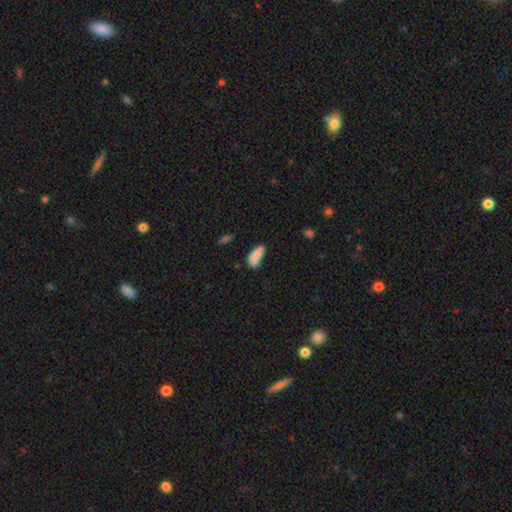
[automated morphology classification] A smooth galaxy with no disk features (82%) that is in between round and cigar-shaped (76%).

Vote fractions:
- Smooth or featured? smooth: 82% / featured or disk: 10% / star or artifact: 8%
- How rounded? in between: 76% / cigar-shaped: 22% / round: 2%
- Merging? none: 50% / minor disturbance: 31% / major disturbance: 10% / merger: 9%